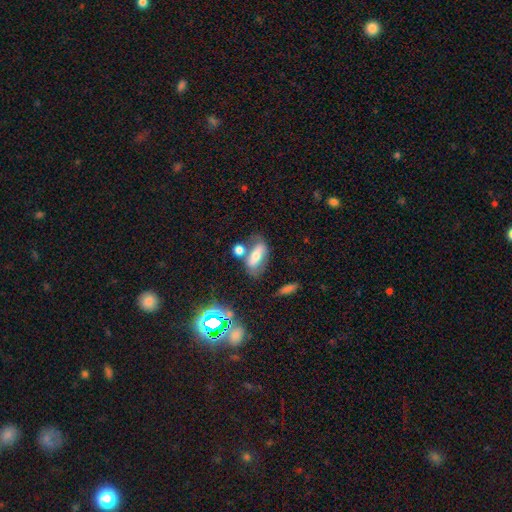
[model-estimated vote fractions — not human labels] Q: Smooth or featured?
A: smooth (54%); runner-up: featured or disk (34%)
Q: How rounded?
A: in between (73%); runner-up: cigar-shaped (21%)
Q: Merging?
A: none (52%); runner-up: merger (22%)